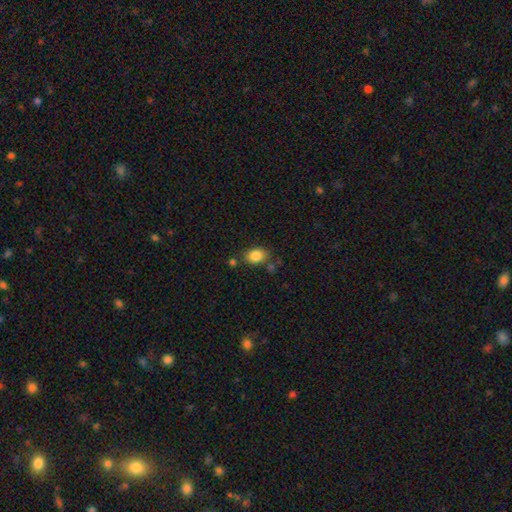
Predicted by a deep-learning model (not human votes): Morphology: type=smooth (85%); roundness=in between (67%); merging=none (72%).